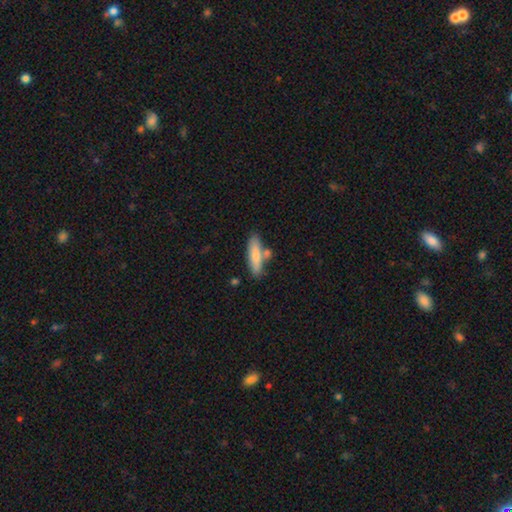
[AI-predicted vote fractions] Smooth or featured?
  - smooth: 75% *
  - featured or disk: 19%
  - star or artifact: 6%
How rounded?
  - cigar-shaped: 64% *
  - in between: 34%
  - round: 2%
Merging?
  - none: 69% *
  - merger: 14%
  - minor disturbance: 14%
  - major disturbance: 3%